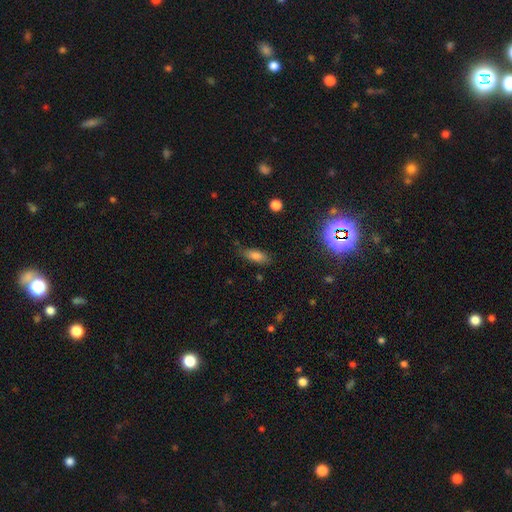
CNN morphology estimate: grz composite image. It shows a smooth galaxy with no disk features (80%) that is in between round and cigar-shaped (75%). Merging: none (77%).